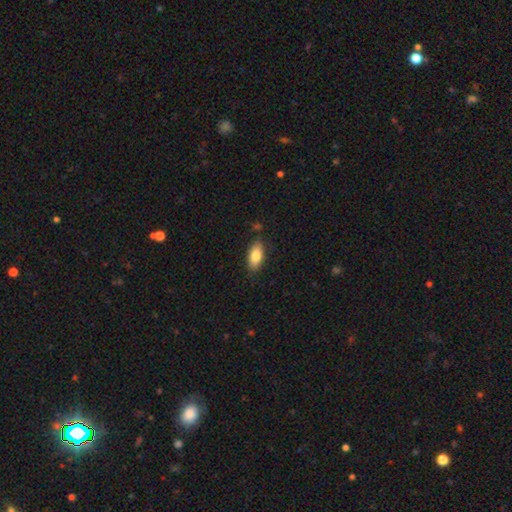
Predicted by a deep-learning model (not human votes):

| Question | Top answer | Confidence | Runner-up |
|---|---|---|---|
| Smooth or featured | smooth | 82% | featured or disk (11%) |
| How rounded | in between | 89% | cigar-shaped (7%) |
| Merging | none | 82% | minor disturbance (13%) |